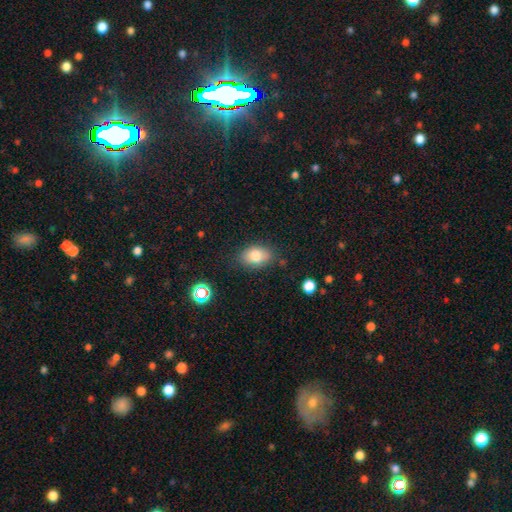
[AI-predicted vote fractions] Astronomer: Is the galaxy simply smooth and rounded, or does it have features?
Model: smooth — 79%.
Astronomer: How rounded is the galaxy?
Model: in between — 83%.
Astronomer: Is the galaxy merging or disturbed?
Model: none — 79%.